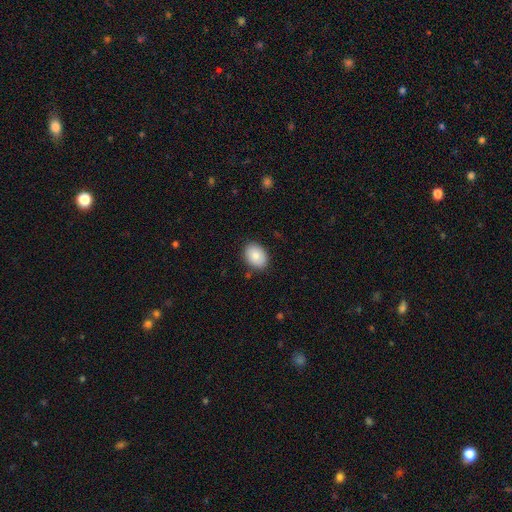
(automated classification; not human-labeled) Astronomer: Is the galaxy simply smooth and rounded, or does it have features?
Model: smooth — 85%.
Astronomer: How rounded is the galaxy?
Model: in between — 73%.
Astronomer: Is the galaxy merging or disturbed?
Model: none — 86%.